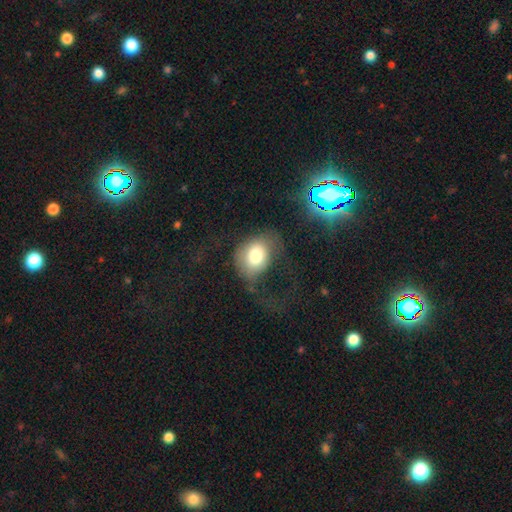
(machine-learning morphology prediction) Overall: smooth (71%). How rounded: in between (54%; round 45%). Merging: major disturbance (42%; none 34%).